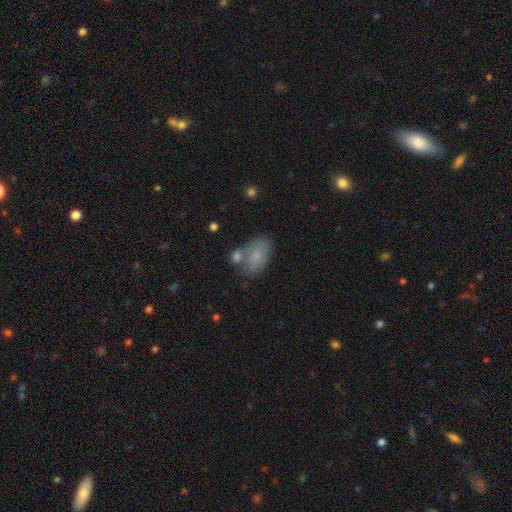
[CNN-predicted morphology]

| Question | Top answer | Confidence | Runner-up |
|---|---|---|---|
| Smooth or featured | smooth | 78% | featured or disk (14%) |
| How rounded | in between | 90% | round (8%) |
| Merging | none | 51% | merger (24%) |